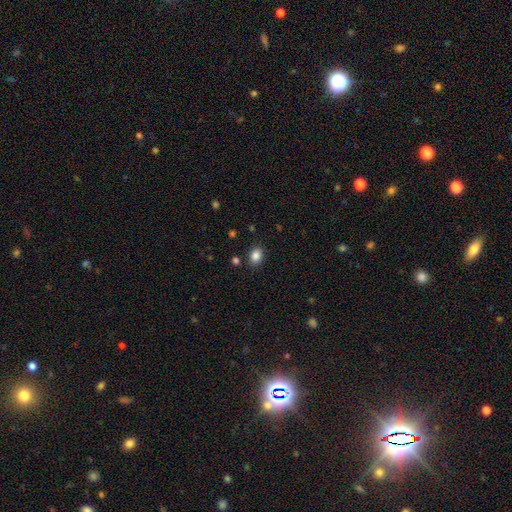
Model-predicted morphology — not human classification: A smooth galaxy with no disk features (86%) that is in between round and cigar-shaped (64%). Merging: none (87%).